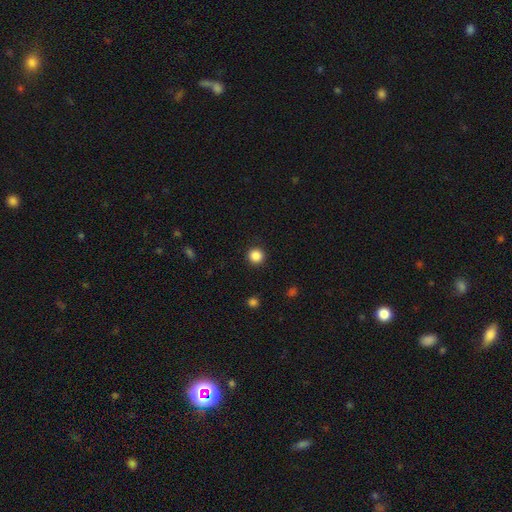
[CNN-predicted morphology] This appears to be a smooth galaxy with no disk features (86%) that is round (94%). Merging: none (92%).